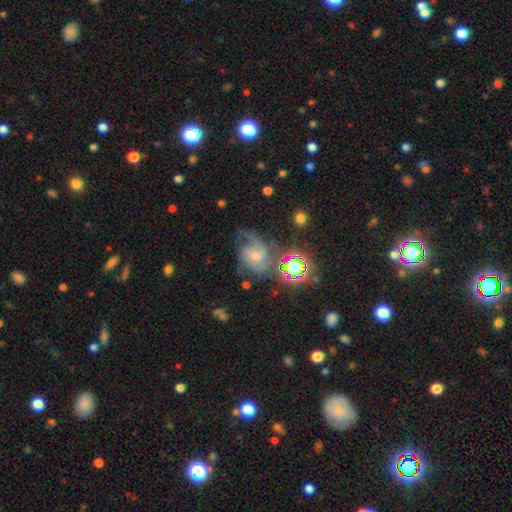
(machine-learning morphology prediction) Q: Smooth or featured?
A: featured or disk (65%); runner-up: smooth (20%)
Q: Edge-on disk?
A: no (97%); runner-up: yes (3%)
Q: Bar?
A: no (67%); runner-up: weak (27%)
Q: Spiral arms?
A: yes (91%); runner-up: no (9%)
Q: Spiral winding?
A: medium (46%); runner-up: tight (28%)
Q: Spiral arm count?
A: 2 (40%); runner-up: can't tell (22%)
Q: Bulge size?
A: moderate (43%); runner-up: small (38%)
Q: Merging?
A: none (42%); runner-up: major disturbance (28%)